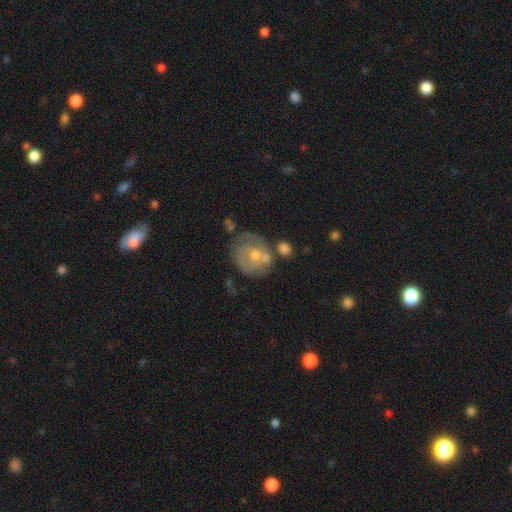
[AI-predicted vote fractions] Smooth or featured? Predicted: featured or disk (p=0.66). Edge-on disk? Predicted: no (p=0.97). Bar? Predicted: no (p=0.71). Spiral arms? Predicted: yes (p=0.72). Bulge size? Predicted: moderate (p=0.56). Merging? Predicted: none (p=0.46).